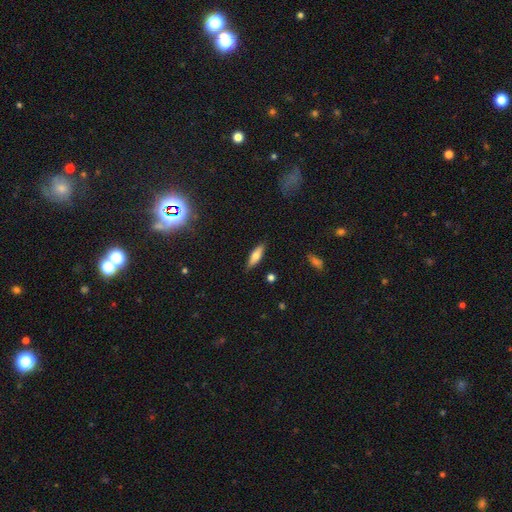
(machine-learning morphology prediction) smooth-or-featured: smooth: 64% | featured or disk: 28% | star or artifact: 8%
  how-rounded: in between: 50% | cigar-shaped: 48% | round: 2%
  merging: none: 87% | minor disturbance: 10% | major disturbance: 2% | merger: 1%